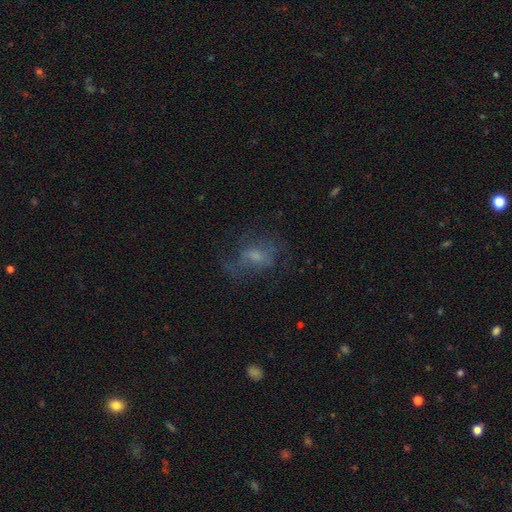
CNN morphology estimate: smooth-or-featured: featured or disk: 46% | smooth: 37% | star or artifact: 16%
  merging: none: 50% | major disturbance: 28% | minor disturbance: 20% | merger: 2%